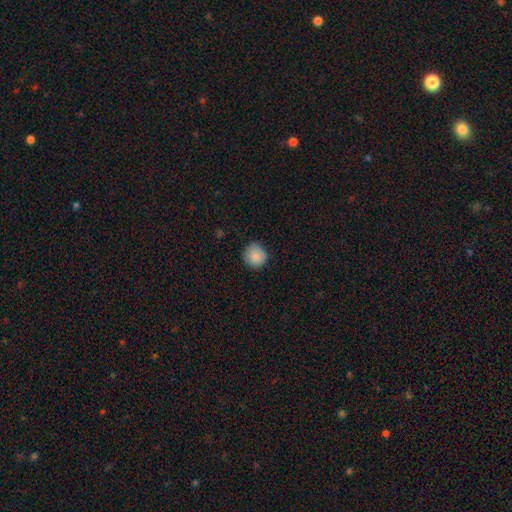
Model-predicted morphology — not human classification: type=smooth (87%); roundness=round (91%); merging=none (81%).